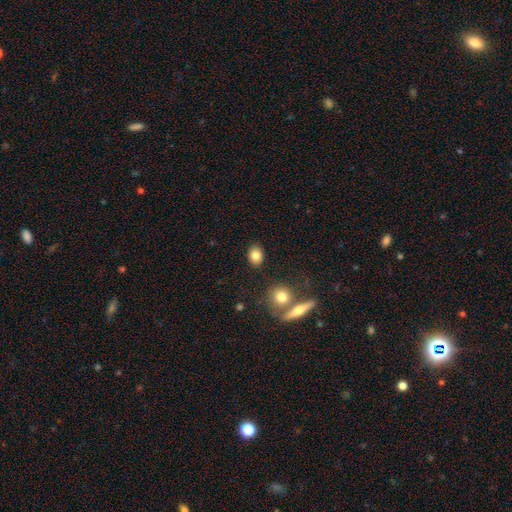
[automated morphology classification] The model was most divided on "how rounded": in between: 64%, round: 35%, cigar-shaped: 1%. More confident: merging — none (85%); smooth or featured — smooth (82%).